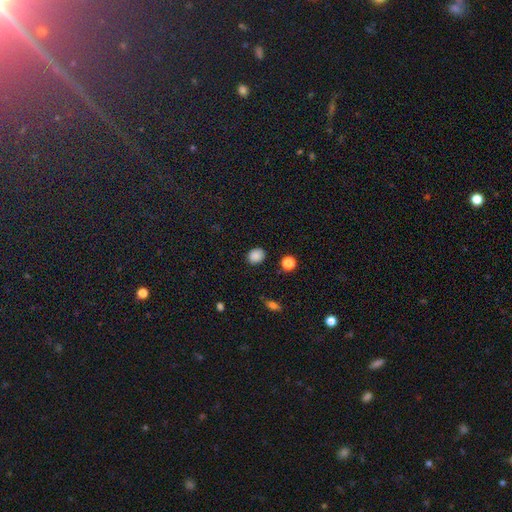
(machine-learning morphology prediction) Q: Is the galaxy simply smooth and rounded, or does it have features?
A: smooth — 85%.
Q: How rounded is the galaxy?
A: round — 63%.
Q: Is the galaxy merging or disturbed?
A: none — 85%.